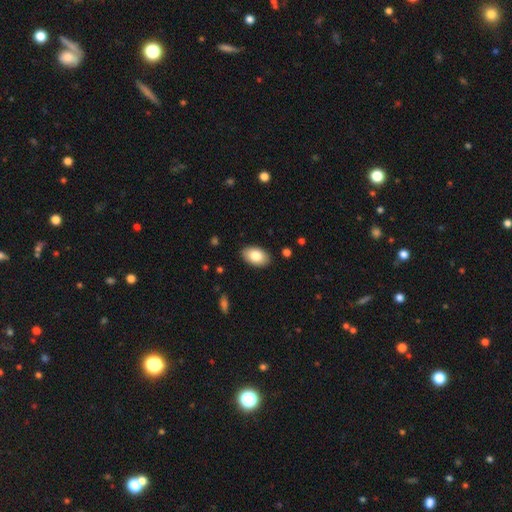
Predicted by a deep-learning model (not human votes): Morphology: type=smooth (83%); roundness=in between (92%); merging=none (88%).